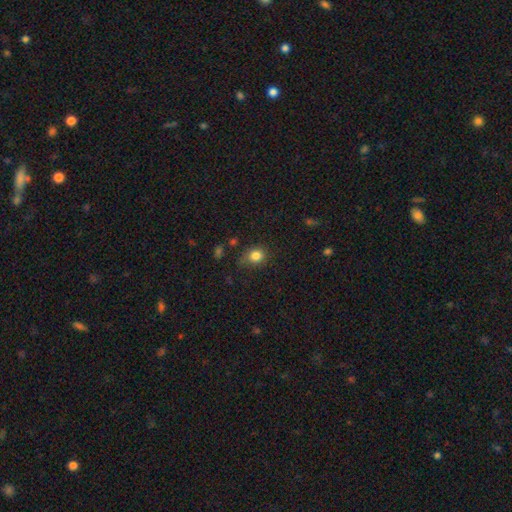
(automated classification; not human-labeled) smooth_or_featured: smooth (p=0.82) [alt: star or artifact p=0.12]
how_rounded: round (p=0.66) [alt: in between p=0.33]
merging: none (p=0.69) [alt: minor disturbance p=0.22]